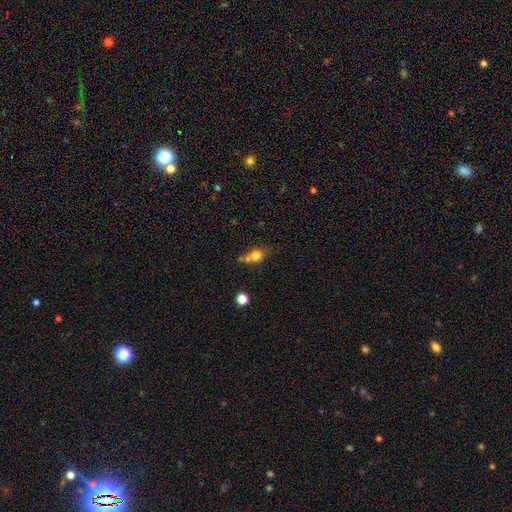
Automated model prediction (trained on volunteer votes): smooth-or-featured: smooth: 73% | featured or disk: 14% | star or artifact: 13%
  how-rounded: round: 69% | in between: 28% | cigar-shaped: 3%
  merging: none: 45% | merger: 34% | minor disturbance: 15% | major disturbance: 7%